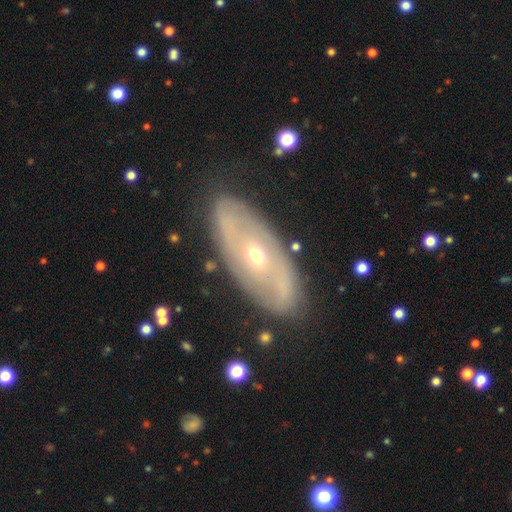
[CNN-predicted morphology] featured or disk 71%, smooth 22%, star or artifact 7%. Down the decision tree: edge-on disk — no (85%); bar — no (74%); spiral arms — yes (56%); bulge size — moderate (55%); merging — none (84%).